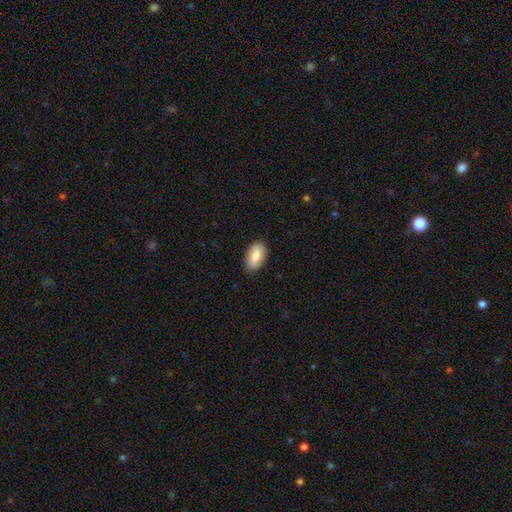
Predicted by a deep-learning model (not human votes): A smooth galaxy with no disk features (85%) that is in between round and cigar-shaped (94%).

Vote fractions:
- Smooth or featured? smooth: 85% / featured or disk: 9% / star or artifact: 6%
- How rounded? in between: 94% / round: 3% / cigar-shaped: 3%
- Merging? none: 86% / minor disturbance: 11% / major disturbance: 2% / merger: 1%